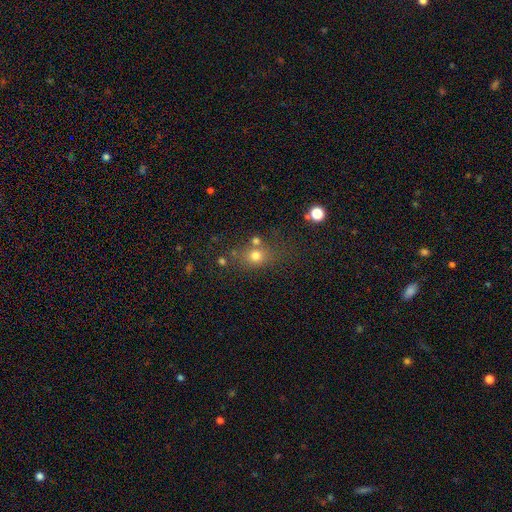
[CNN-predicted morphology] smooth_or_featured: smooth (p=0.72) [alt: star or artifact p=0.17]
how_rounded: round (p=0.63) [alt: in between p=0.36]
merging: none (p=0.64) [alt: minor disturbance p=0.15]